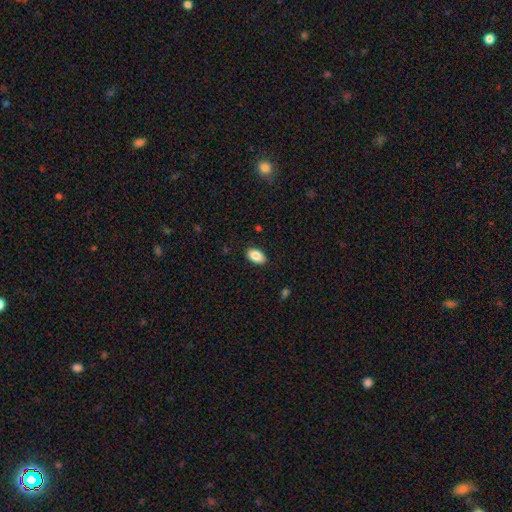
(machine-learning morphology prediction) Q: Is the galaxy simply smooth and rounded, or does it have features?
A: smooth — 88%.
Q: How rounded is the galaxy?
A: in between — 93%.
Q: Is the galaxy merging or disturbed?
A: none — 87%.